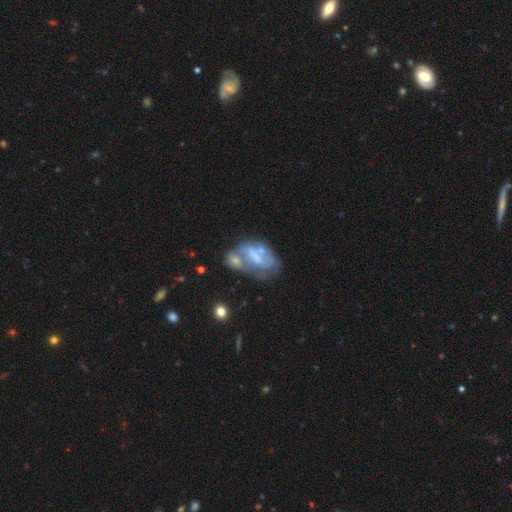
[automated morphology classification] featured or disk 57%, smooth 34%, star or artifact 10%. Down the decision tree: edge-on disk — no (96%); bar — no (58%); spiral arms — no (74%); bulge size — none (39%); merging — merger (41%).